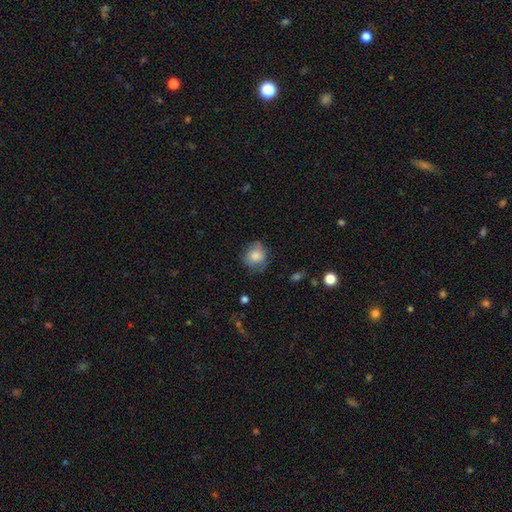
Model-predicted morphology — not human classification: smooth-or-featured: smooth: 82% | featured or disk: 10% | star or artifact: 8%
  how-rounded: round: 79% | in between: 20% | cigar-shaped: 1%
  merging: none: 66% | minor disturbance: 25% | major disturbance: 7% | merger: 2%